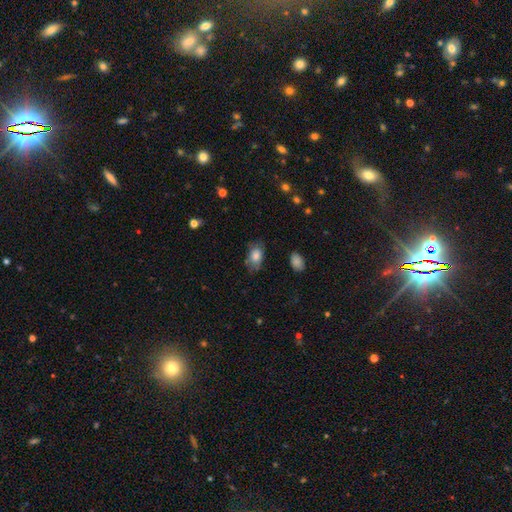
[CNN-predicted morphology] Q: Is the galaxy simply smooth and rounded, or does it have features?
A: smooth — 79%.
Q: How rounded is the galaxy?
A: in between — 87%.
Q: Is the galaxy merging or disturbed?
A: none — 69%.